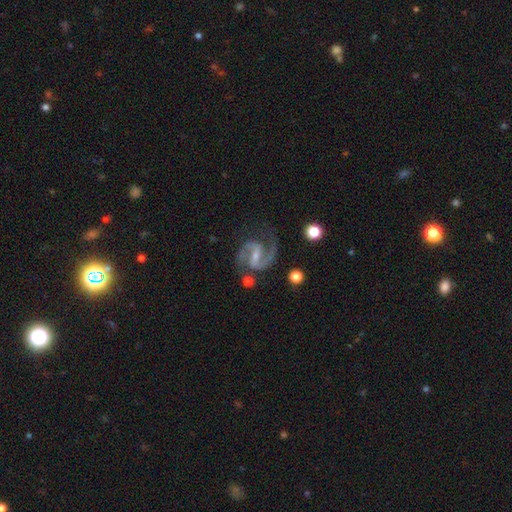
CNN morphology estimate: The model was most divided on "bar": weak: 44%, strong: 40%, no: 16%. More confident: spiral arms — yes (98%); edge-on disk — no (98%); spiral arm count — 2 (93%); smooth or featured — featured or disk (92%); merging — none (75%); spiral winding — medium (65%); bulge size — small (61%).